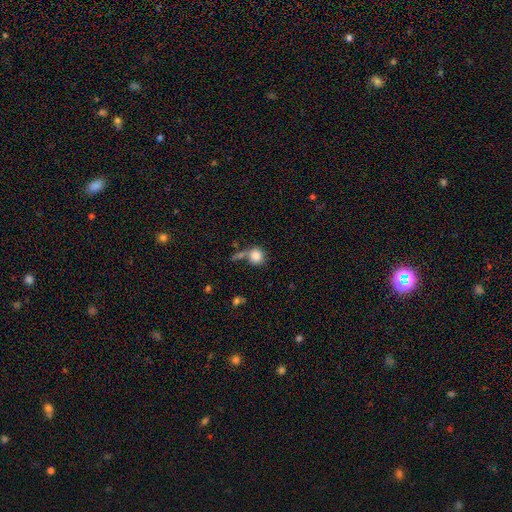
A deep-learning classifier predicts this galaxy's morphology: Smooth or featured?
  - smooth: 84% *
  - star or artifact: 9%
  - featured or disk: 7%
How rounded?
  - round: 85% *
  - in between: 13%
  - cigar-shaped: 1%
Merging?
  - none: 51% *
  - merger: 24%
  - minor disturbance: 15%
  - major disturbance: 9%